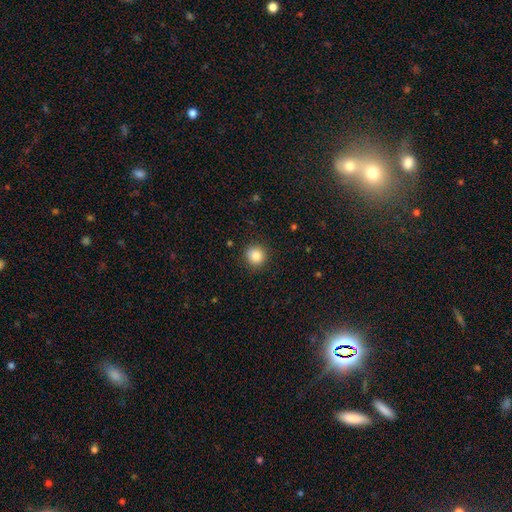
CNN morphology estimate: Smooth or featured? smooth (87%)
How rounded? round (92%)
Merging? none (90%)